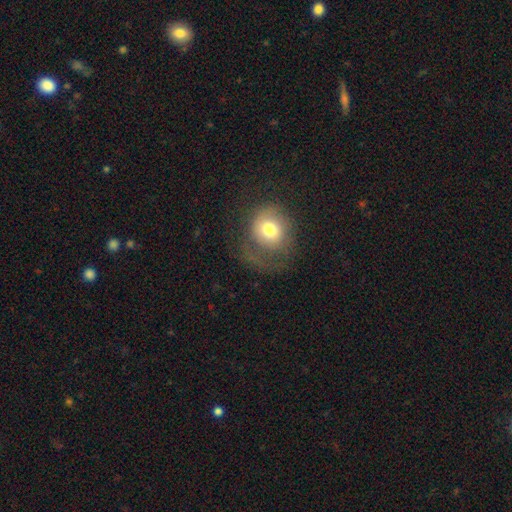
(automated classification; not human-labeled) Smooth or featured? smooth (56%)
How rounded? round (74%)
Merging? none (46%)